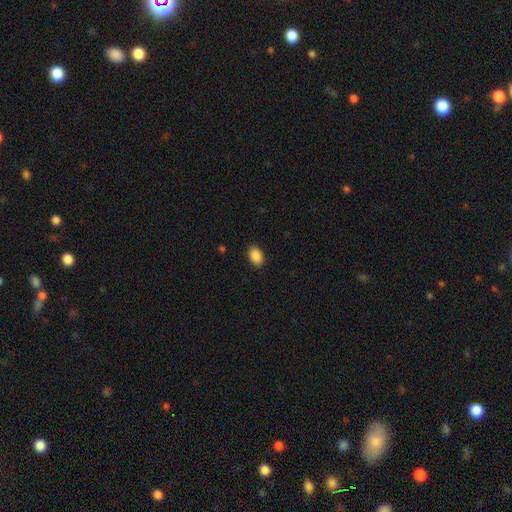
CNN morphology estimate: The model was most divided on "how rounded": in between: 88%, round: 11%, cigar-shaped: 1%. More confident: merging — none (90%); smooth or featured — smooth (89%).